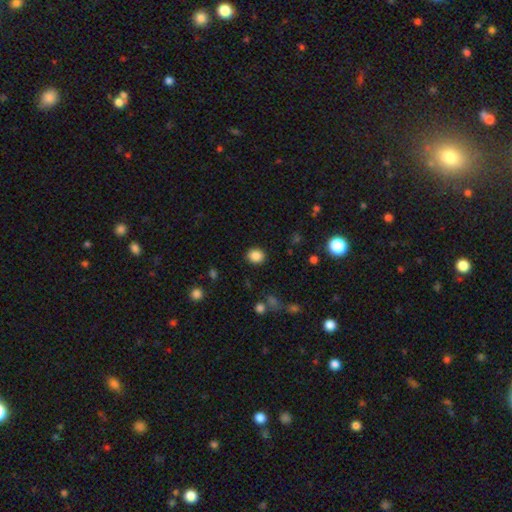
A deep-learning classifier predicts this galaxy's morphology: Overall: smooth (86%). How rounded: round (69%; in between 30%). Merging: none (89%).